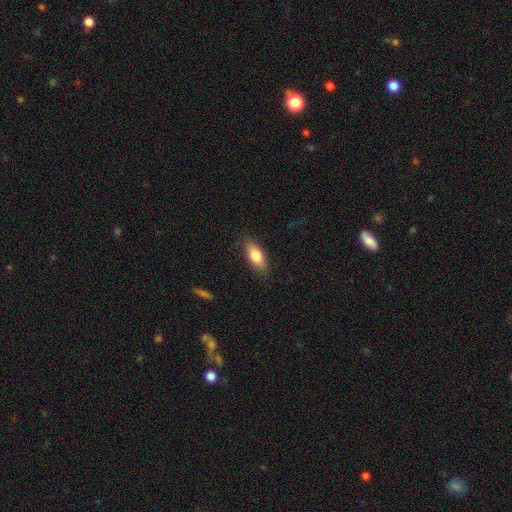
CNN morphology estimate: The model was most divided on "how rounded": in between: 77%, cigar-shaped: 20%, round: 3%. More confident: merging — none (82%); smooth or featured — smooth (78%).